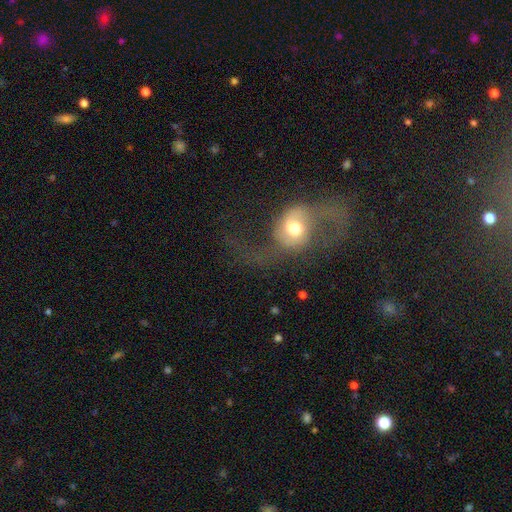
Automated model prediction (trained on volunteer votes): This is likely a featured or disk galaxy (76%). It is clearly not viewed edge-on (96%). Bar: likely no (60%). Spiral arm pattern: clearly yes (89%). Spiral arm count: clearly 2 (86%). Spiral winding: likely loose (72%). Central bulge: likely moderate (61%). Merging: possibly none (52%).